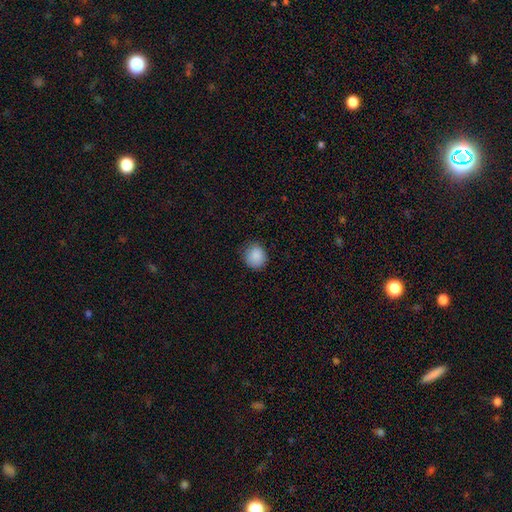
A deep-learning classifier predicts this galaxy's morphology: A smooth galaxy with no disk features (88%) that is round (82%).

Vote fractions:
- Smooth or featured? smooth: 88% / star or artifact: 8% / featured or disk: 3%
- How rounded? round: 82% / in between: 17% / cigar-shaped: 1%
- Merging? none: 81% / minor disturbance: 15% / major disturbance: 3% / merger: 1%